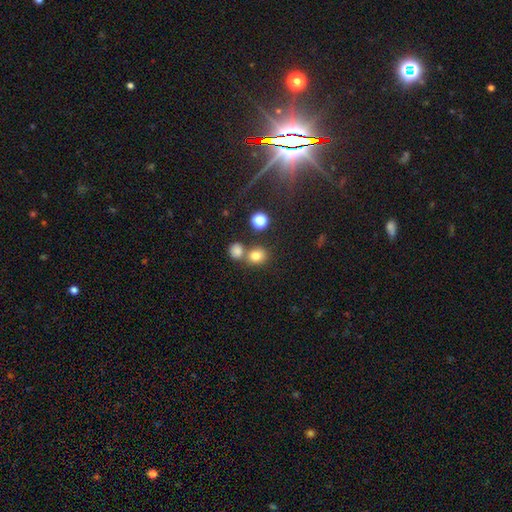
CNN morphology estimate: The model was most divided on "merging": none: 60%, merger: 28%, minor disturbance: 9%, major disturbance: 3%. More confident: smooth or featured — smooth (79%); how rounded — round (75%).